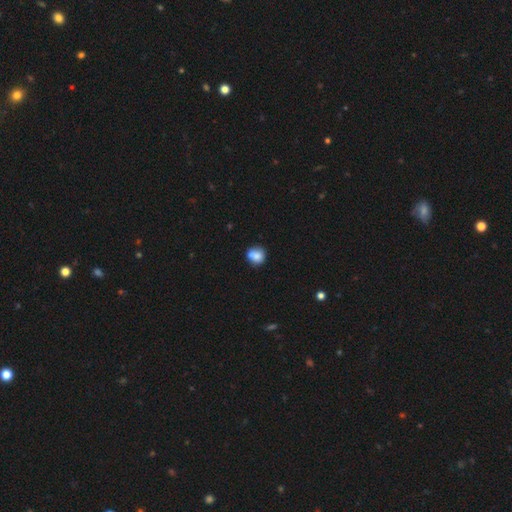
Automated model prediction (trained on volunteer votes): Overall: smooth (80%). How rounded: round (81%). Merging: none (57%; minor disturbance 20%).